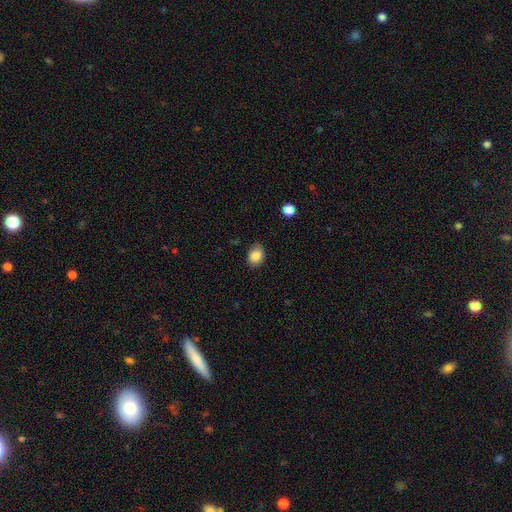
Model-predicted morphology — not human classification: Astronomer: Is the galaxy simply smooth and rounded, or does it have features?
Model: smooth — 87%.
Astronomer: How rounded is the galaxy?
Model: in between — 60% (runner-up: round, 39%).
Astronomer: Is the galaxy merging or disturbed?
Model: none — 80%.